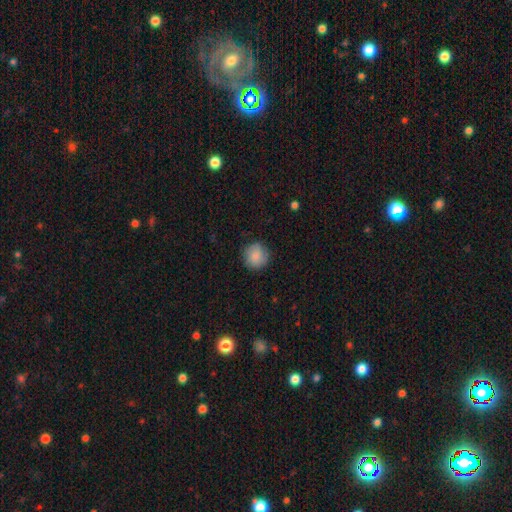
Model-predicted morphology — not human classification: smooth 87%, star or artifact 7%, featured or disk 6%. Down the decision tree: how rounded — round (94%); merging — none (87%).